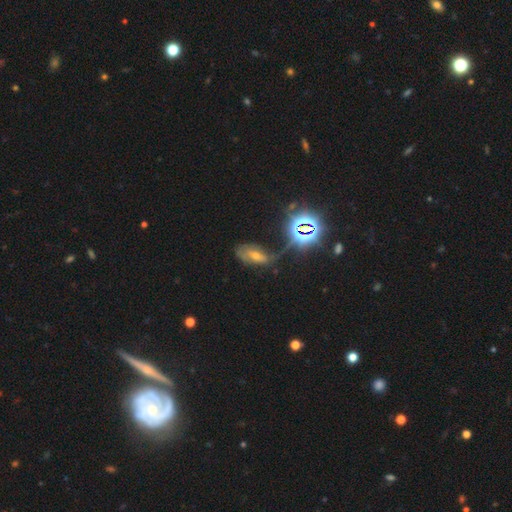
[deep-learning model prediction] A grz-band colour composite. It shows a star or artifact, not a galaxy (39%).